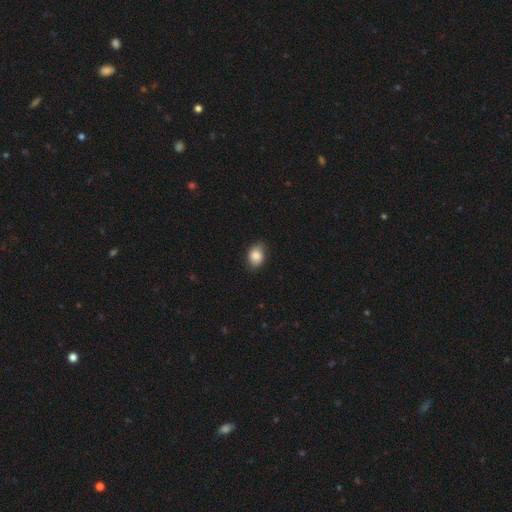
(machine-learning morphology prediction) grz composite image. It shows a smooth galaxy with no disk features (85%) that is in between round and cigar-shaped (74%). Merging: none (80%).